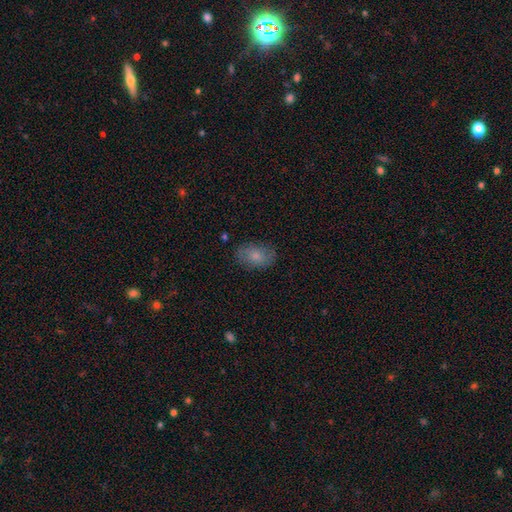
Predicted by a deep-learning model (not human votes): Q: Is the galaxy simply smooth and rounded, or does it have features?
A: smooth — 76%.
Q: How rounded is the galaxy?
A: in between — 85%.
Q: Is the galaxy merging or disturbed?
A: none — 80%.